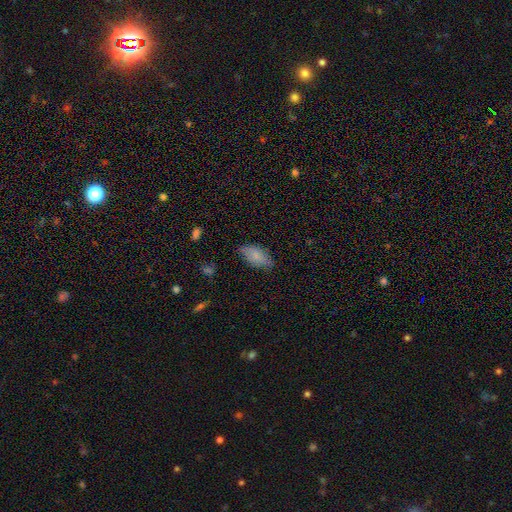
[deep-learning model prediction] Smooth or featured? smooth (80%)
How rounded? in between (92%)
Merging? none (70%)